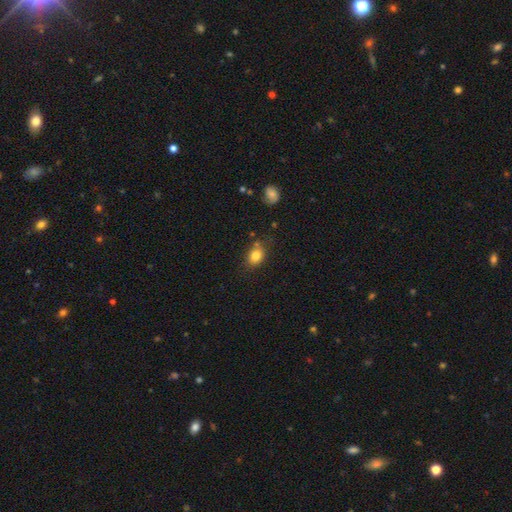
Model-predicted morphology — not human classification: A smooth galaxy with no disk features (82%) that is in between round and cigar-shaped (56%). Merging: none (72%).